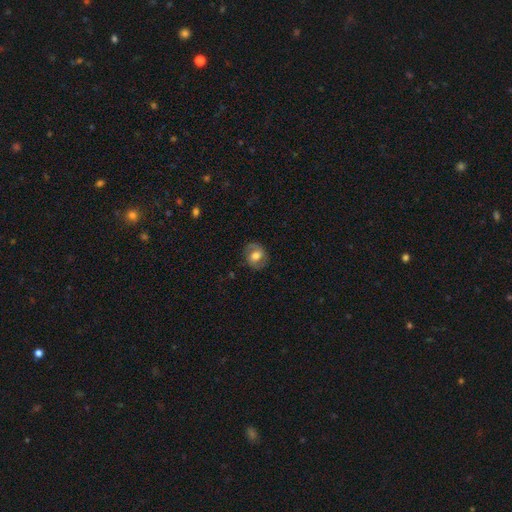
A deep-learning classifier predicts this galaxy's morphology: smooth-or-featured: featured or disk: 50% | smooth: 41% | star or artifact: 8%
  disk-edge-on: no: 96% | yes: 4%
  merging: none: 78% | minor disturbance: 15% | major disturbance: 6% | merger: 1%